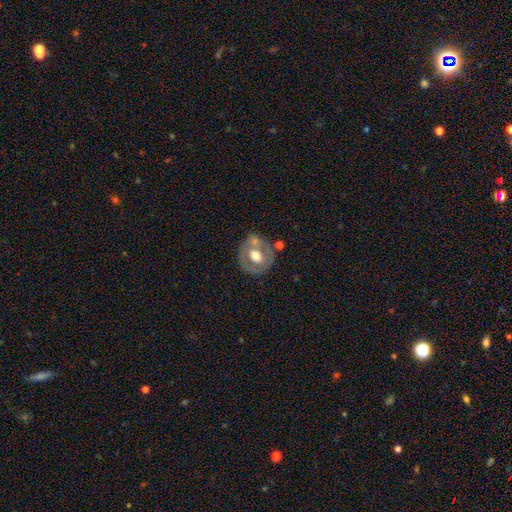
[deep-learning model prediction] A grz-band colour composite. It shows a featured or disk galaxy (50%). Merging: none (65%).